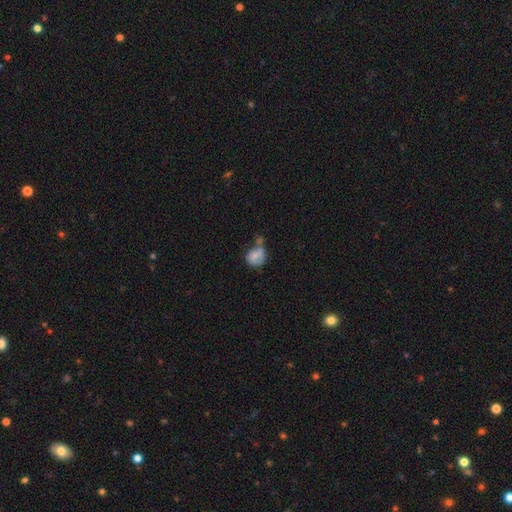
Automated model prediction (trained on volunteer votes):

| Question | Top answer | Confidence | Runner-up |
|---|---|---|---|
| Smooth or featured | smooth | 69% | featured or disk (22%) |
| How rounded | round | 55% | in between (43%) |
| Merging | merger | 31% | none (30%) |